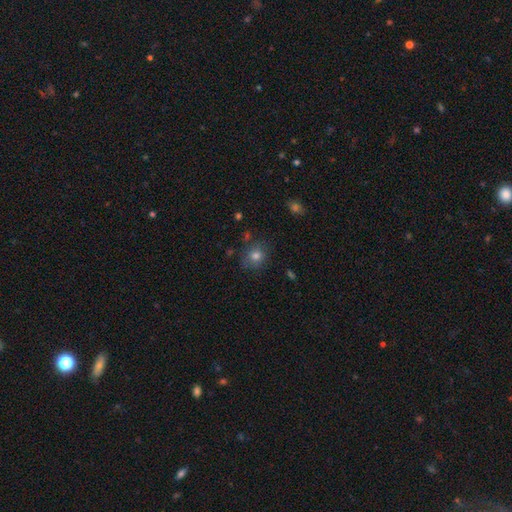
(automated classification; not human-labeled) Smooth or featured: smooth — 76% (star or artifact — 14%)
How rounded: round — 75% (in between — 24%)
Merging: none — 77% (minor disturbance — 15%)